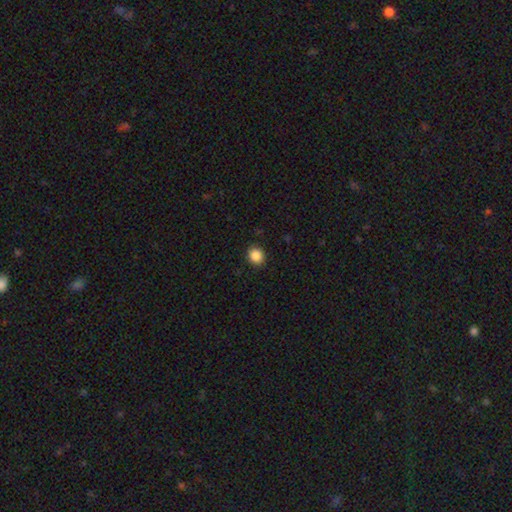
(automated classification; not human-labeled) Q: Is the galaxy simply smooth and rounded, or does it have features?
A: smooth — 87%.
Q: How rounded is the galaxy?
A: round — 77%.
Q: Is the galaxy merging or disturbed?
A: none — 91%.